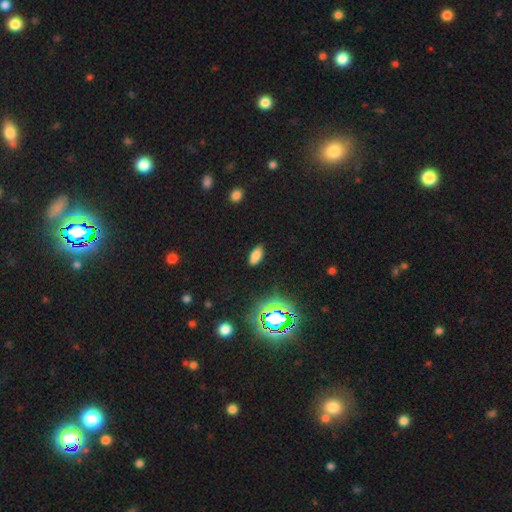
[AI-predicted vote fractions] A smooth galaxy with no disk features (76%) that is in between round and cigar-shaped (87%). Merging: none (83%).